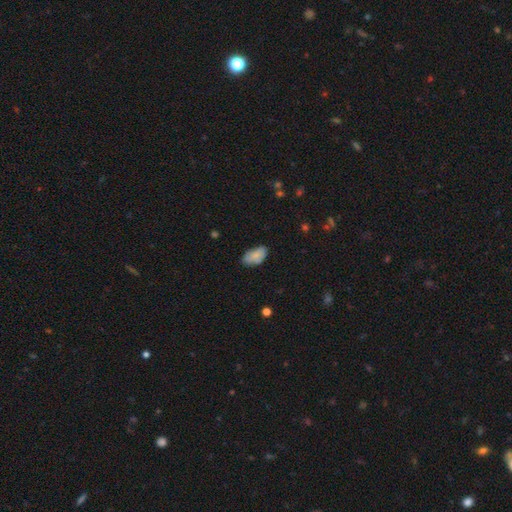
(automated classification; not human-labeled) Overall: smooth (81%). How rounded: in between (94%). Merging: none (68%).